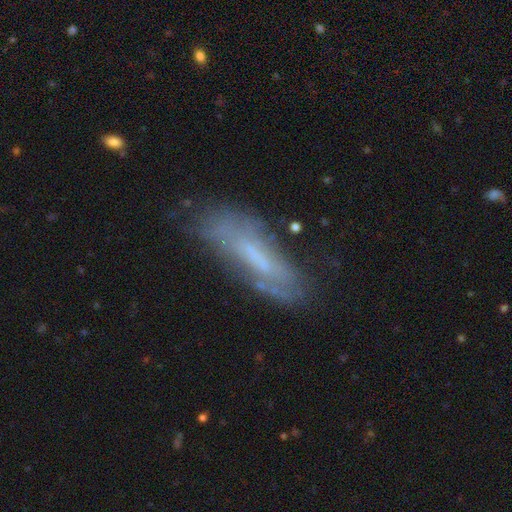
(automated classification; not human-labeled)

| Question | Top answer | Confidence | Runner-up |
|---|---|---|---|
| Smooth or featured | featured or disk | 54% | smooth (37%) |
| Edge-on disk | no | 70% | yes (30%) |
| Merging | none | 64% | minor disturbance (23%) |